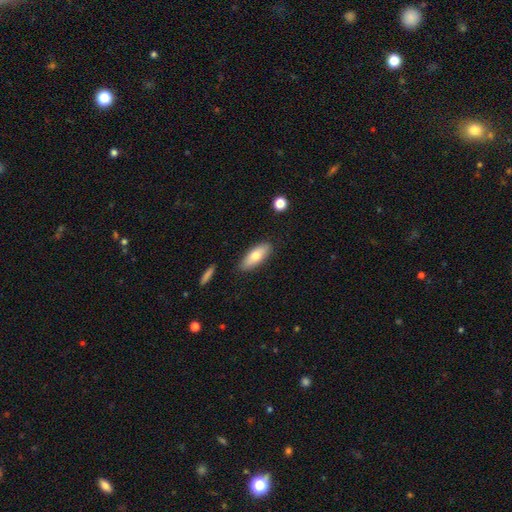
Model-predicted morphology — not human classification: A smooth galaxy with no disk features (71%) that is in between round and cigar-shaped (76%). Merging: none (85%).